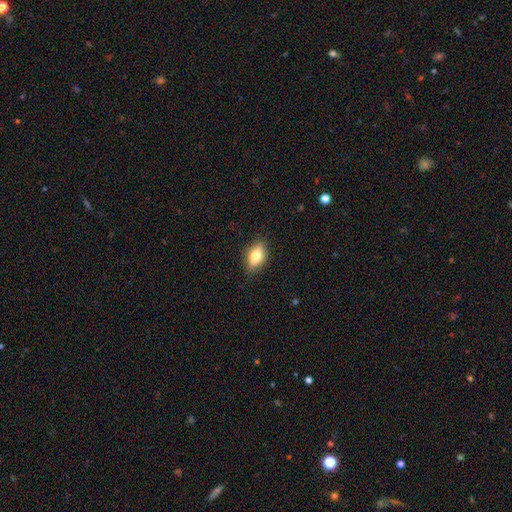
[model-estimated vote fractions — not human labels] A smooth galaxy with no disk features (76%) that is in between round and cigar-shaped (86%). Merging: none (86%).